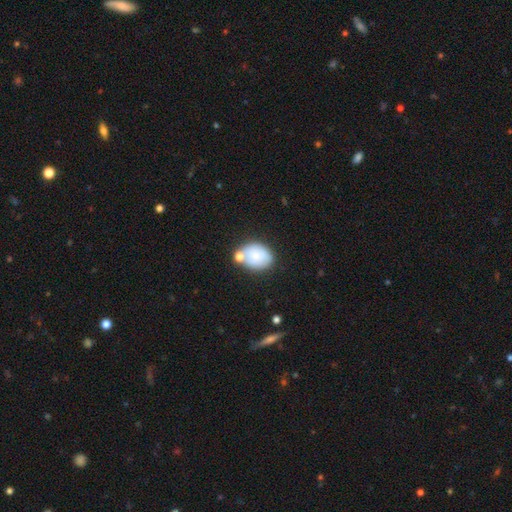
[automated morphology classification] smooth-or-featured: smooth: 75% | featured or disk: 16% | star or artifact: 8%
  how-rounded: in between: 69% | round: 30% | cigar-shaped: 1%
  merging: none: 53% | merger: 21% | minor disturbance: 19% | major disturbance: 7%